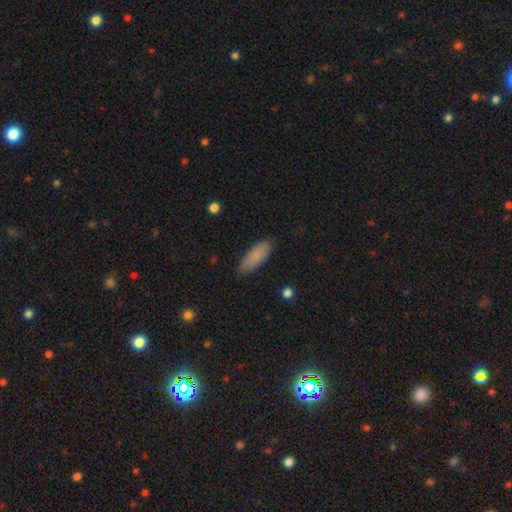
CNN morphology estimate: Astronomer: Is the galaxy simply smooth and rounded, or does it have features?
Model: smooth — 87%.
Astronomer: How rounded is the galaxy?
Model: in between — 65%.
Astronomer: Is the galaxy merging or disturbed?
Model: none — 84%.